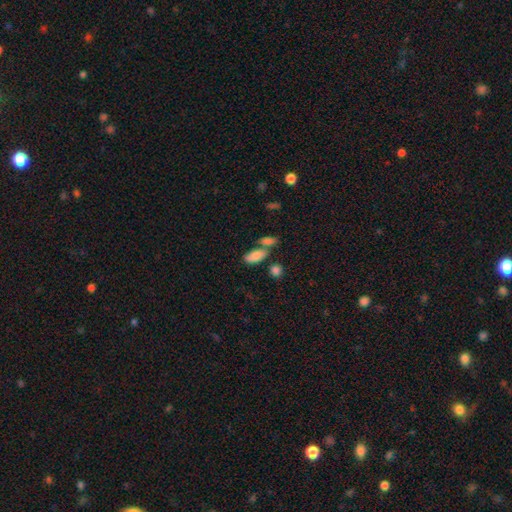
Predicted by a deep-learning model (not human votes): A smooth galaxy with no disk features (82%) that is in between round and cigar-shaped (87%). Merging: none (54%).